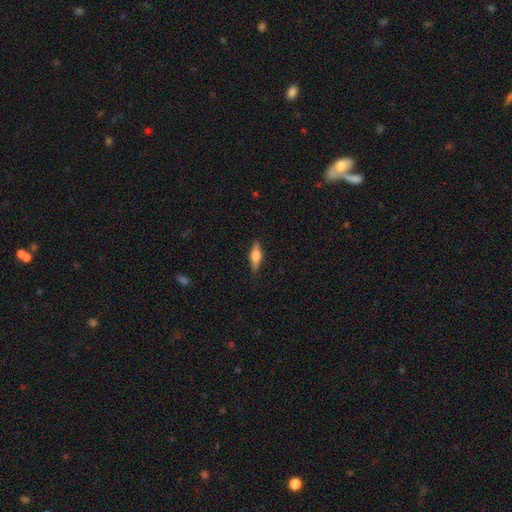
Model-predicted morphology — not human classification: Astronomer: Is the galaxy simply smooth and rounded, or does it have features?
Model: smooth — 52% (runner-up: featured or disk, 41%).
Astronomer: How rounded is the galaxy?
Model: in between — 49% (runner-up: cigar-shaped, 48%).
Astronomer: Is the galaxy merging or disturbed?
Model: none — 87%.